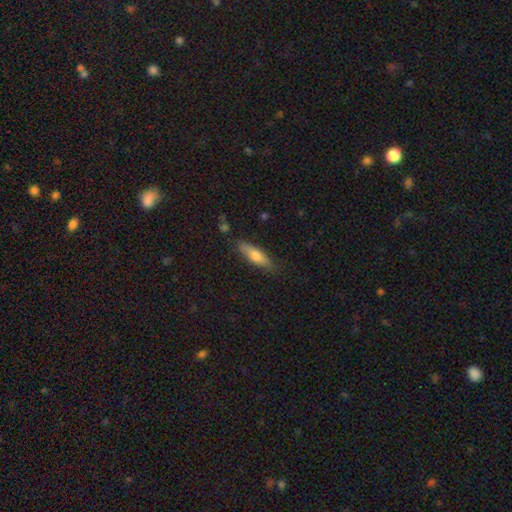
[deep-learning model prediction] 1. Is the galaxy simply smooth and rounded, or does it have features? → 64% smooth, 29% featured or disk, 6% star or artifact.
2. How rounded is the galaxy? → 59% cigar-shaped, 39% in between, 2% round.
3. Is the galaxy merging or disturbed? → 82% none, 14% minor disturbance, 3% major disturbance, 2% merger.